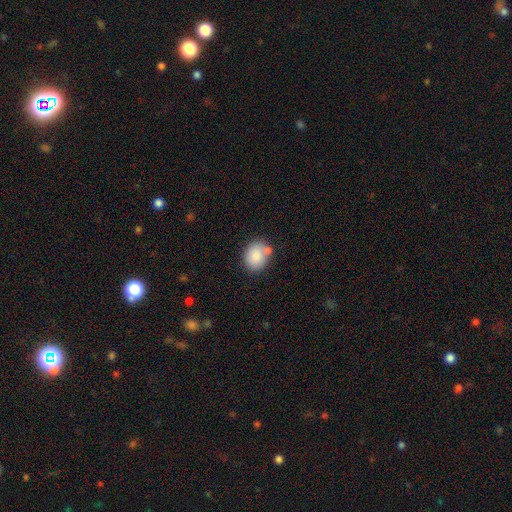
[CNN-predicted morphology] smooth_or_featured: smooth (p=0.85) [alt: star or artifact p=0.08]
how_rounded: round (p=0.58) [alt: in between p=0.41]
merging: none (p=0.65) [alt: merger p=0.15]